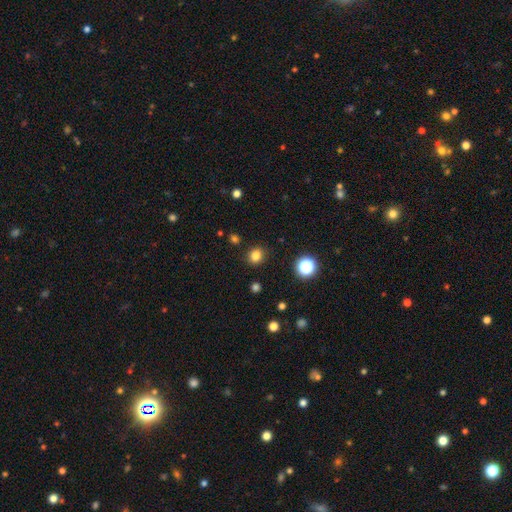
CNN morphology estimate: type=smooth (81%); roundness=round (79%); merging=none (89%).